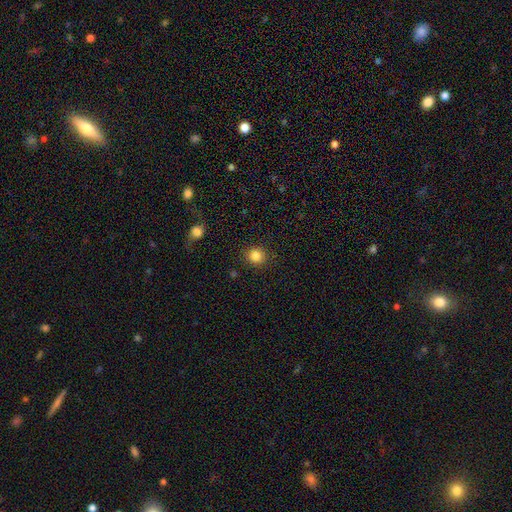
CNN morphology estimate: This appears to be a smooth galaxy with no disk features (84%) that is round (88%). Merging: none (90%).